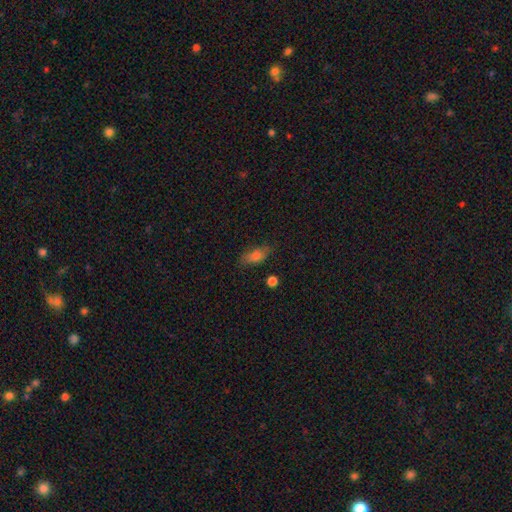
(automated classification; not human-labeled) Overall: smooth (74%). How rounded: in between (76%). Merging: none (76%).